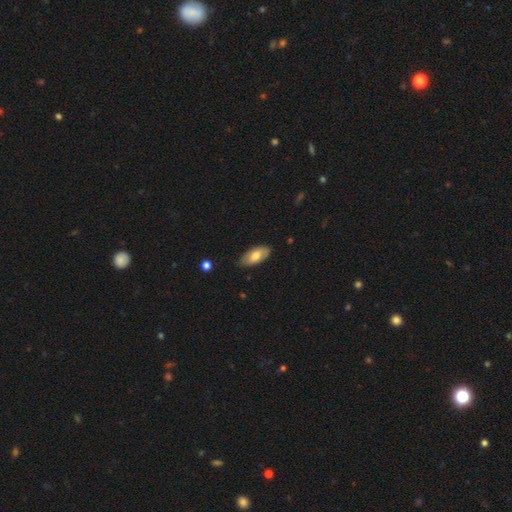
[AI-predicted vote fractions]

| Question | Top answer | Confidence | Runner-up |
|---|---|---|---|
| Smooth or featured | smooth | 68% | featured or disk (26%) |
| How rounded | in between | 92% | cigar-shaped (6%) |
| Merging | none | 80% | minor disturbance (16%) |